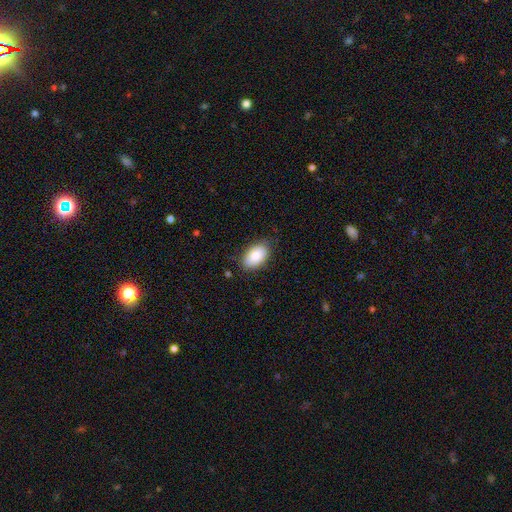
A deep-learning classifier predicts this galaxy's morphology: This appears to be a smooth galaxy with no disk features (86%) that is in between round and cigar-shaped (93%). Merging: none (81%).